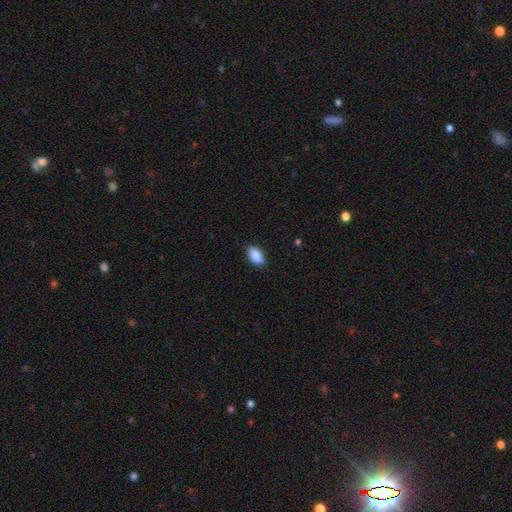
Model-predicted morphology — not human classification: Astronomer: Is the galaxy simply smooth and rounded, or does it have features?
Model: smooth — 90%.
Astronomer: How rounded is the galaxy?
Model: in between — 93%.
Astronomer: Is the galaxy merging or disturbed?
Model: none — 86%.